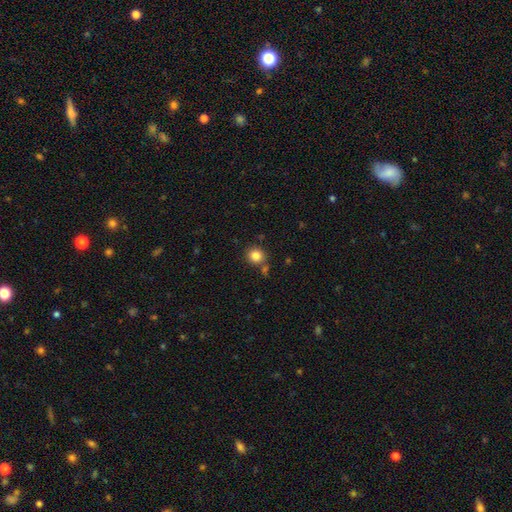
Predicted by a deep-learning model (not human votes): Q: Smooth or featured?
A: smooth (84%); runner-up: star or artifact (11%)
Q: How rounded?
A: round (85%); runner-up: in between (14%)
Q: Merging?
A: none (77%); runner-up: minor disturbance (10%)